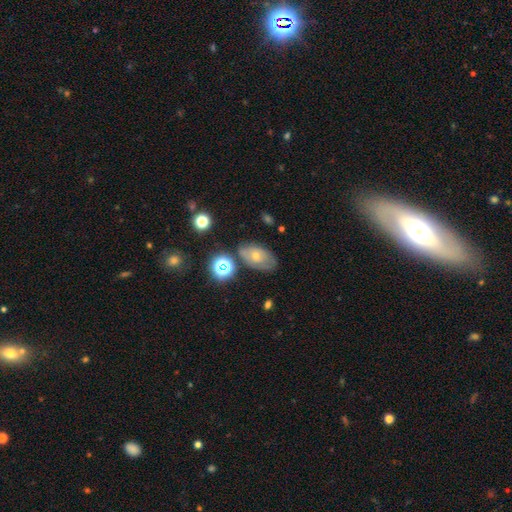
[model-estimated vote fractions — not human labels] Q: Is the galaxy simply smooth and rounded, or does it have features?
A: featured or disk — 40%.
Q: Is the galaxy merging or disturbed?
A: none — 71%.